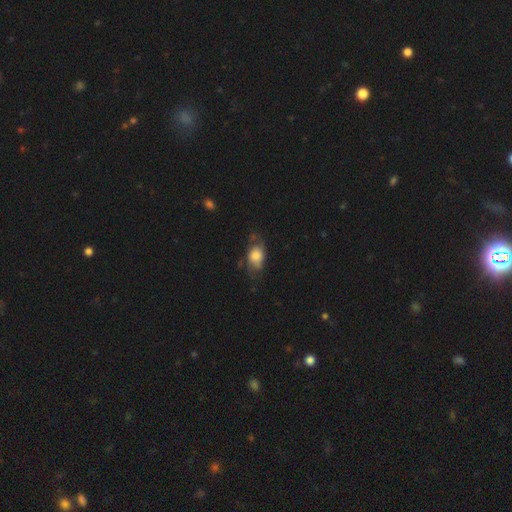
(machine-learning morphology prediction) This is possibly a smooth galaxy (58%). How rounded: clearly in between (80%). Merging: possibly none (51%).